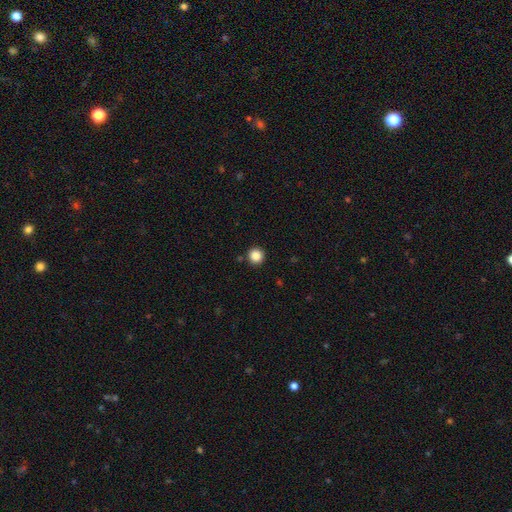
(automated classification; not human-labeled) A smooth galaxy with no disk features (86%) that is round (96%).

Vote fractions:
- Smooth or featured? smooth: 86% / star or artifact: 11% / featured or disk: 3%
- How rounded? round: 96% / in between: 3% / cigar-shaped: 1%
- Merging? none: 91% / minor disturbance: 5% / merger: 2% / major disturbance: 2%